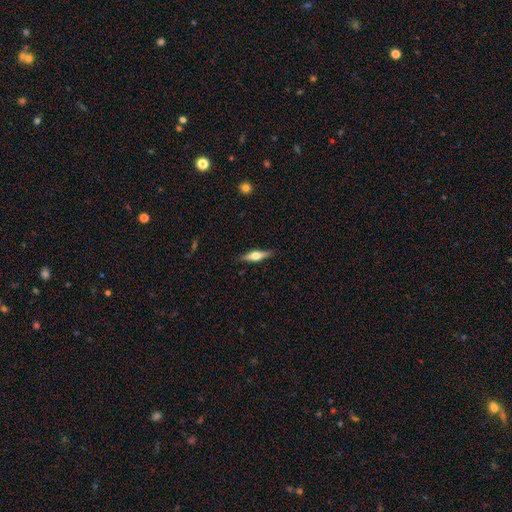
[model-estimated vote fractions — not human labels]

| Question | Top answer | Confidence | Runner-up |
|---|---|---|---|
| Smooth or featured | featured or disk | 53% | smooth (41%) |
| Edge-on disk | yes | 94% | no (6%) |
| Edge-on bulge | rounded | 92% | boxy (5%) |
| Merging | none | 87% | minor disturbance (10%) |